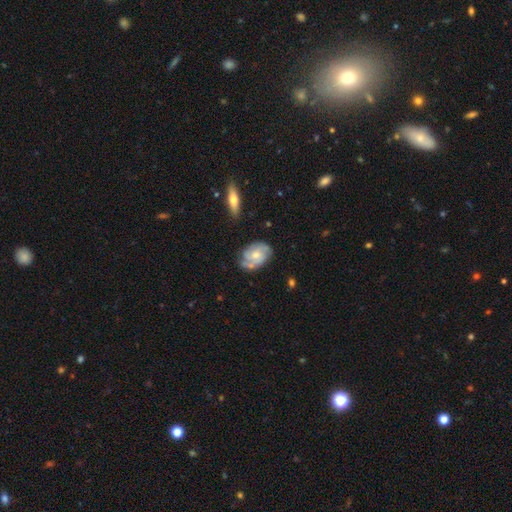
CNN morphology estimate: smooth_or_featured: featured or disk (p=0.70) [alt: smooth p=0.24]
disk_edge_on: no (p=0.97) [alt: yes p=0.03]
bar: no (p=0.71) [alt: weak p=0.26]
has_spiral_arms: yes (p=0.90) [alt: no p=0.10]
spiral_winding: tight (p=0.43) [alt: medium p=0.42]
spiral_arm_count: 2 (p=0.43) [alt: 3 p=0.23]
bulge_size: moderate (p=0.49) [alt: small p=0.42]
merging: none (p=0.67) [alt: minor disturbance p=0.22]